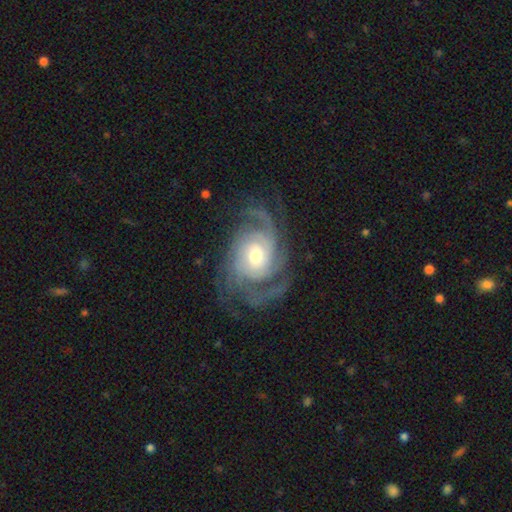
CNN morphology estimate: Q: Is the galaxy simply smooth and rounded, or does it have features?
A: featured or disk — 90%.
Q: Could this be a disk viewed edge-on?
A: no — 97%.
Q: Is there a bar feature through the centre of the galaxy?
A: no — 68%.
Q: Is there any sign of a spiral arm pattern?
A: yes — 98%.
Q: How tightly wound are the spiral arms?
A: tight — 56%.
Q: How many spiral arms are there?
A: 3 — 40%.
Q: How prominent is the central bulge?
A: moderate — 64%.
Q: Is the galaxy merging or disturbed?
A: none — 73%.